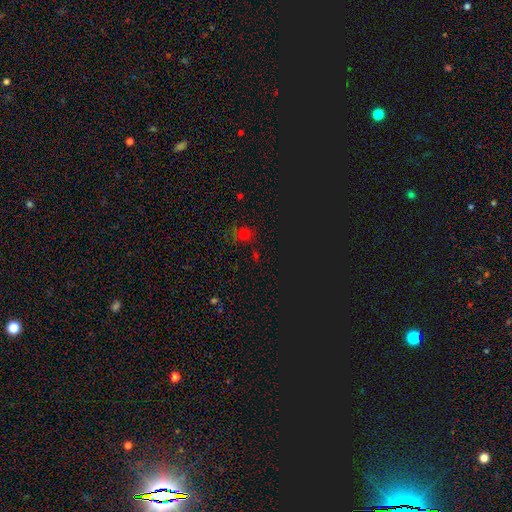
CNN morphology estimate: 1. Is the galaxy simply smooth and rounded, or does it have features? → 56% star or artifact, 37% smooth, 7% featured or disk.